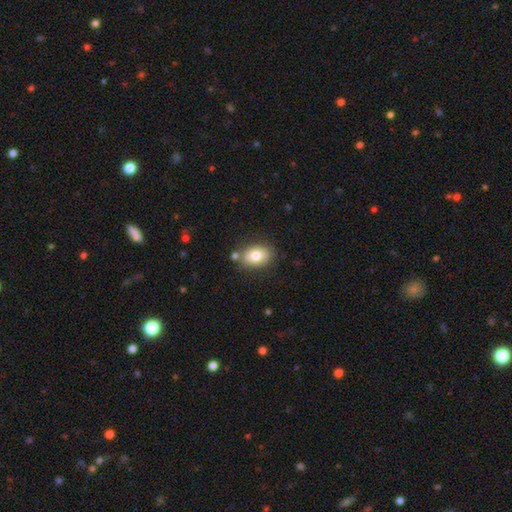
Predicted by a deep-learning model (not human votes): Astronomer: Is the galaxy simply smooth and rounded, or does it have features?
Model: smooth — 78%.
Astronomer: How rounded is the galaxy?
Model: in between — 79%.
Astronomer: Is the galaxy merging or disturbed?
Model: none — 76%.